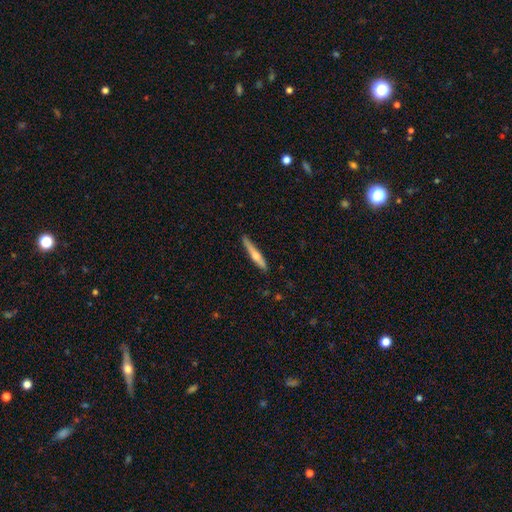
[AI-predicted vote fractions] A featured or disk galaxy (56%) viewed edge-on (96%) with a rounded central bulge (86%). Merging: none (88%).